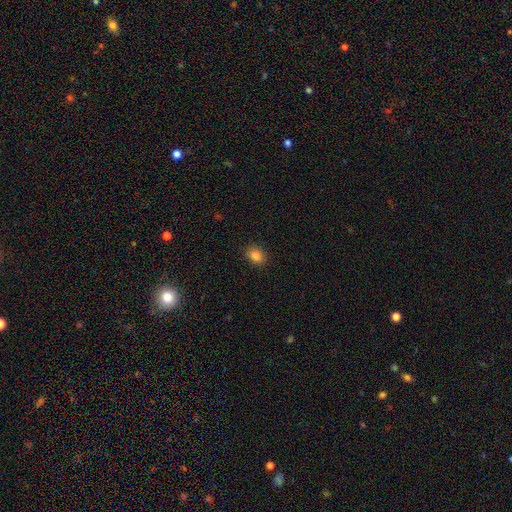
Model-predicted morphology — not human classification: The model was most divided on "how rounded": in between: 63%, round: 36%, cigar-shaped: 1%. More confident: merging — none (89%); smooth or featured — smooth (85%).